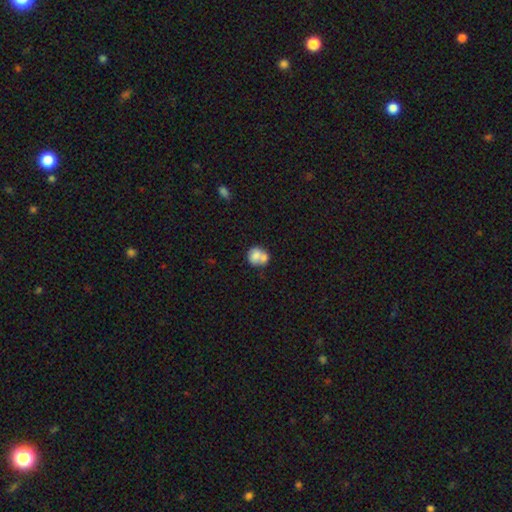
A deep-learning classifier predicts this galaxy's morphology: Q: Smooth or featured?
A: smooth (72%); runner-up: featured or disk (20%)
Q: How rounded?
A: round (68%); runner-up: in between (31%)
Q: Merging?
A: merger (56%); runner-up: none (29%)